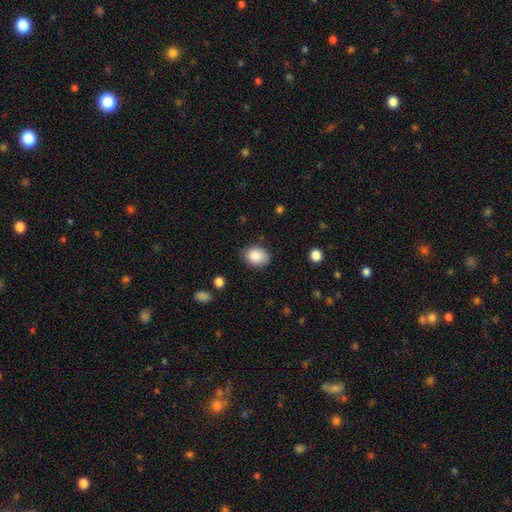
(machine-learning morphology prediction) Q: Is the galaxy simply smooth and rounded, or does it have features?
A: smooth — 87%.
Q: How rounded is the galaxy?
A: in between — 67%.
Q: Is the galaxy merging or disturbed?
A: none — 79%.